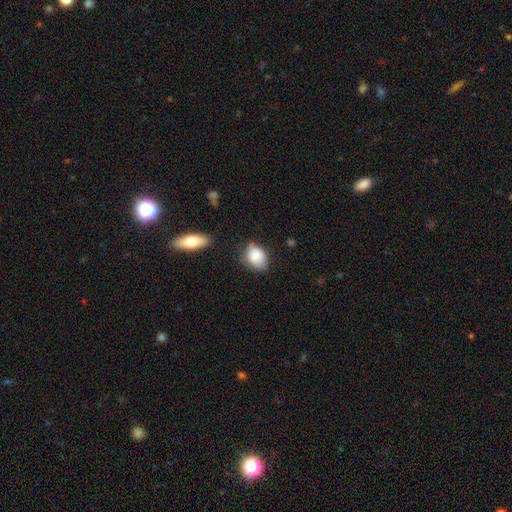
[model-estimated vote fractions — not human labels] Smooth or featured? Predicted: smooth (p=0.84). How rounded? Predicted: in between (p=0.74). Merging? Predicted: none (p=0.59).